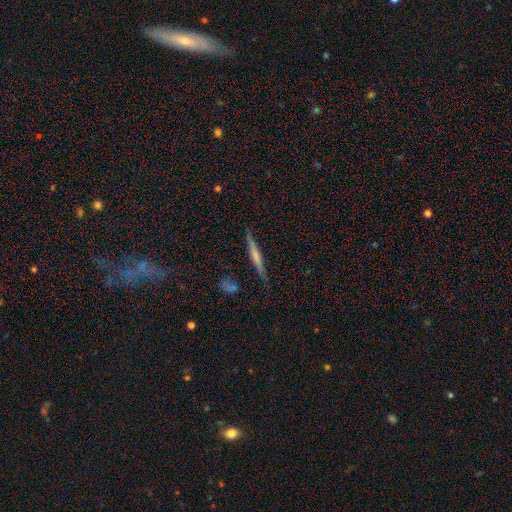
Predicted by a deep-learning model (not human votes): This is possibly a featured or disk galaxy (54%). It is clearly viewed edge-on (96%). Edge-on bulge: marginally none (44%). Merging: clearly none (83%).